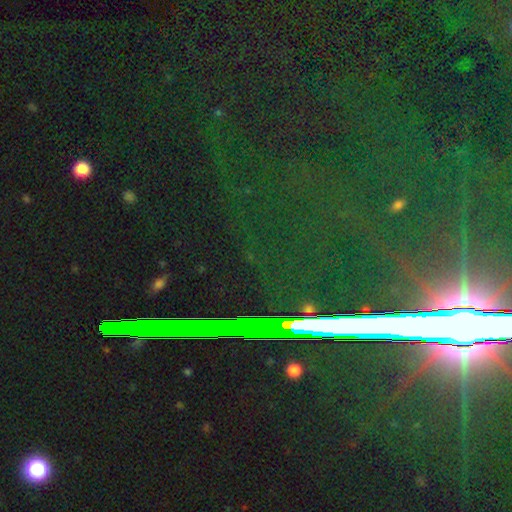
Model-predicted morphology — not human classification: Overall: star or artifact (86%).